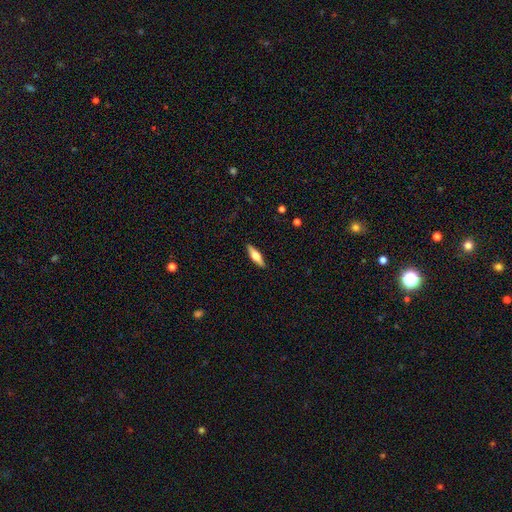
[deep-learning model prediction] smooth_or_featured: featured or disk (p=0.50) [alt: smooth p=0.44]
disk_edge_on: yes (p=0.93) [alt: no p=0.07]
merging: none (p=0.90) [alt: minor disturbance p=0.07]